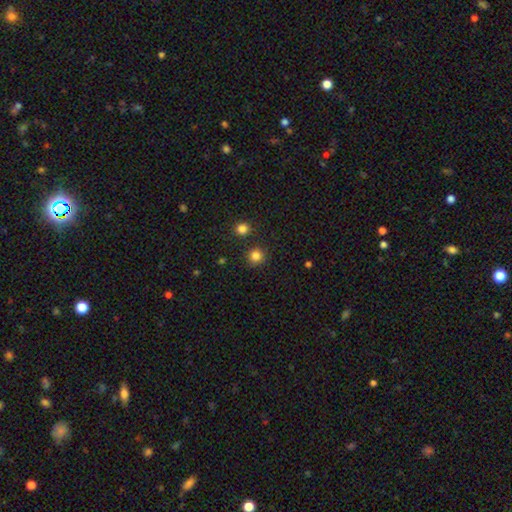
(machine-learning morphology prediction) Smooth or featured?
  - smooth: 83% *
  - star or artifact: 13%
  - featured or disk: 4%
How rounded?
  - round: 93% *
  - in between: 6%
  - cigar-shaped: 1%
Merging?
  - none: 87% *
  - minor disturbance: 6%
  - merger: 4%
  - major disturbance: 2%